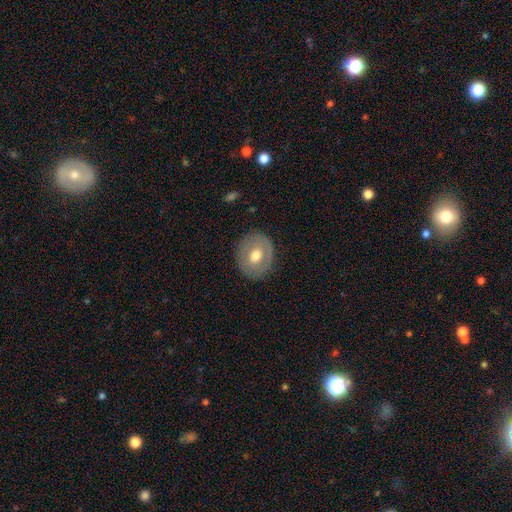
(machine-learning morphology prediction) Smooth or featured?
  - smooth: 56% *
  - featured or disk: 37%
  - star or artifact: 7%
How rounded?
  - round: 65% *
  - in between: 34%
  - cigar-shaped: 1%
Merging?
  - none: 84% *
  - minor disturbance: 11%
  - major disturbance: 4%
  - merger: 1%